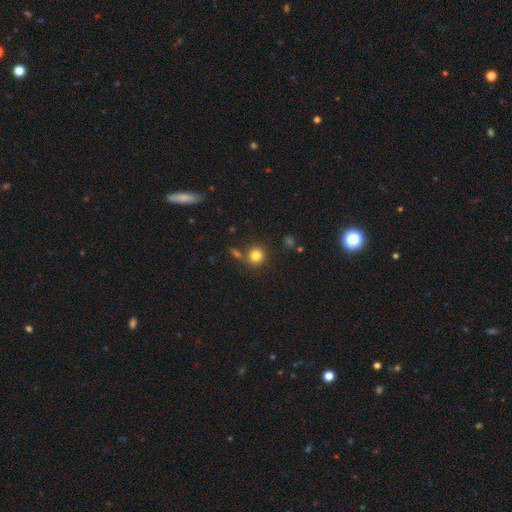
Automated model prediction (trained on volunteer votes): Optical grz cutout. It shows a smooth galaxy with no disk features (81%) that is round (91%). Merging: none (77%).